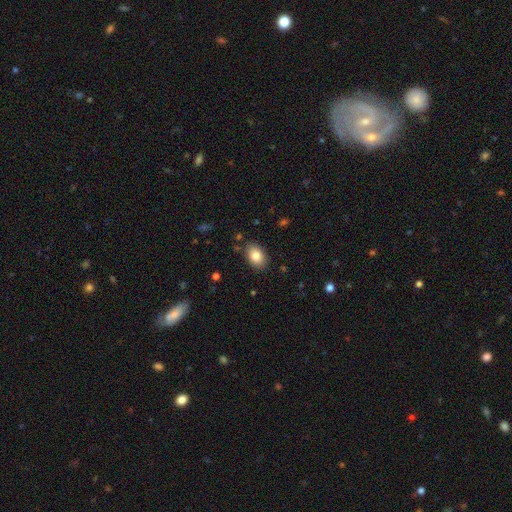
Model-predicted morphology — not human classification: A smooth galaxy with no disk features (84%) that is in between round and cigar-shaped (83%).

Vote fractions:
- Smooth or featured? smooth: 84% / featured or disk: 8% / star or artifact: 8%
- How rounded? in between: 83% / round: 16% / cigar-shaped: 1%
- Merging? none: 86% / minor disturbance: 10% / major disturbance: 2% / merger: 2%